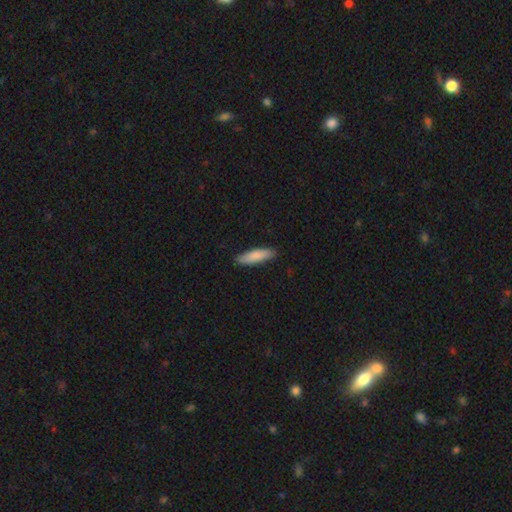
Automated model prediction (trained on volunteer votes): Smooth or featured: smooth — 85% (featured or disk — 10%)
How rounded: cigar-shaped — 66% (in between — 33%)
Merging: none — 88% (minor disturbance — 10%)